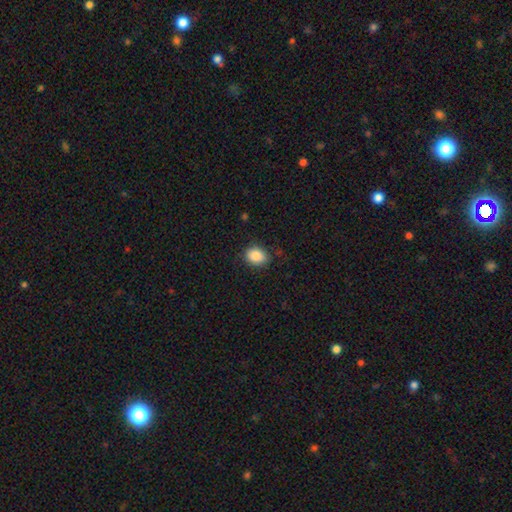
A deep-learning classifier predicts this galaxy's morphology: Q: Smooth or featured?
A: smooth (88%); runner-up: star or artifact (8%)
Q: How rounded?
A: in between (56%); runner-up: round (43%)
Q: Merging?
A: none (82%); runner-up: minor disturbance (14%)